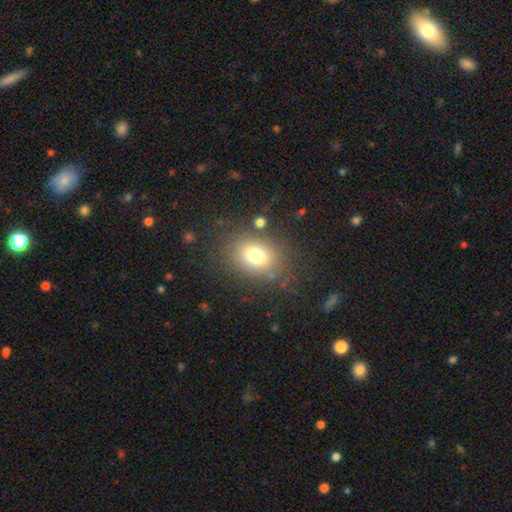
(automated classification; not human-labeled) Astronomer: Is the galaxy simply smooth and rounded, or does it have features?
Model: smooth — 74%.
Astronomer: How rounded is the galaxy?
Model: in between — 55% (runner-up: round, 44%).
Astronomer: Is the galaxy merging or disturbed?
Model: none — 77%.